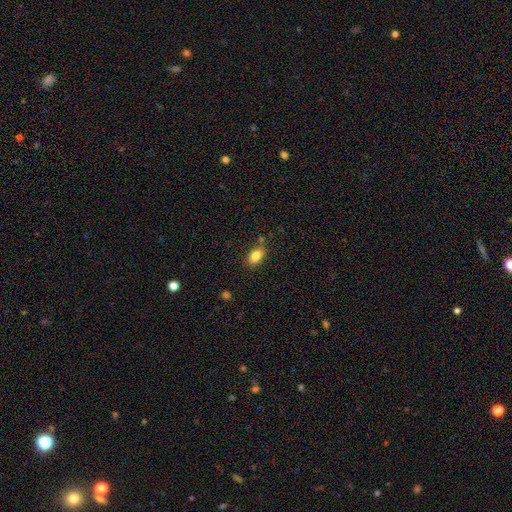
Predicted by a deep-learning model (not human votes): Smooth or featured? Predicted: smooth (p=0.83). How rounded? Predicted: in between (p=0.83). Merging? Predicted: none (p=0.75).